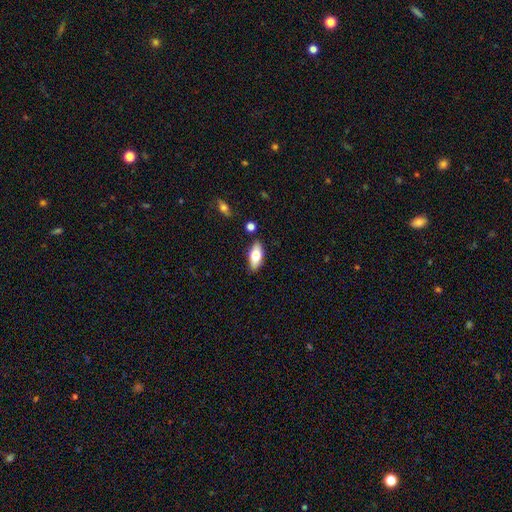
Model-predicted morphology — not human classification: Q: Smooth or featured?
A: smooth (72%); runner-up: featured or disk (21%)
Q: How rounded?
A: in between (86%); runner-up: cigar-shaped (11%)
Q: Merging?
A: none (84%); runner-up: minor disturbance (11%)